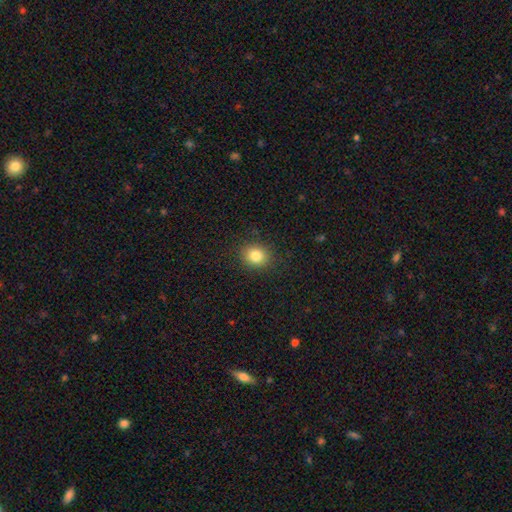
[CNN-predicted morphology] smooth_or_featured: smooth (p=0.83) [alt: star or artifact p=0.11]
how_rounded: round (p=0.69) [alt: in between p=0.30]
merging: none (p=0.88) [alt: minor disturbance p=0.08]